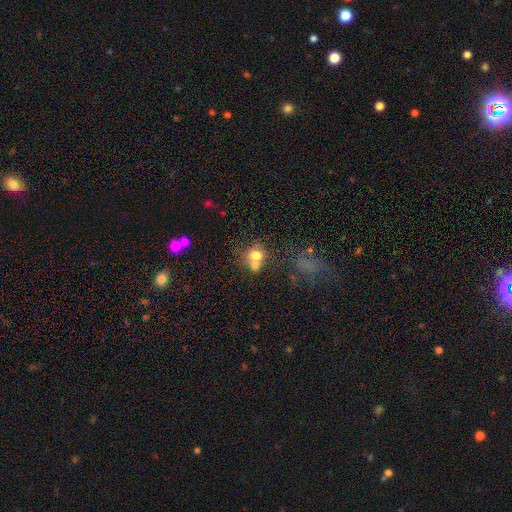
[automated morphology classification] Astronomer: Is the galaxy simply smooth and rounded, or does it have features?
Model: smooth — 71%.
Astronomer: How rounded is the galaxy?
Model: round — 73%.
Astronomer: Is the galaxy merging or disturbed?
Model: merger — 52% (runner-up: none, 33%).